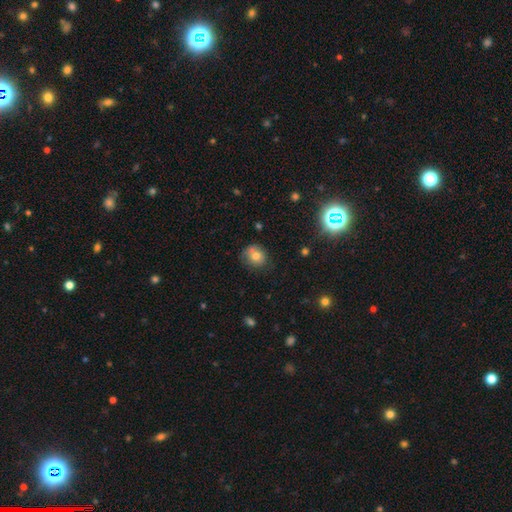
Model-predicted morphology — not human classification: The model was most divided on "merging": none: 55%, minor disturbance: 21%, merger: 18%, major disturbance: 7%. More confident: how rounded — round (77%); smooth or featured — smooth (72%).